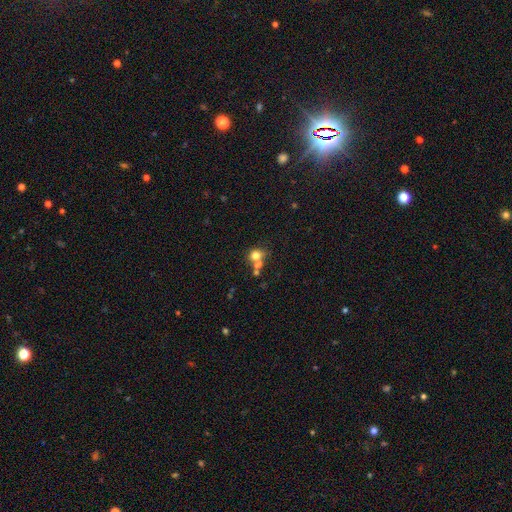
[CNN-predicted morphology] Smooth or featured?
  - smooth: 72% *
  - star or artifact: 14%
  - featured or disk: 13%
How rounded?
  - round: 69% *
  - in between: 30%
  - cigar-shaped: 1%
Merging?
  - none: 44% *
  - merger: 42%
  - minor disturbance: 9%
  - major disturbance: 5%